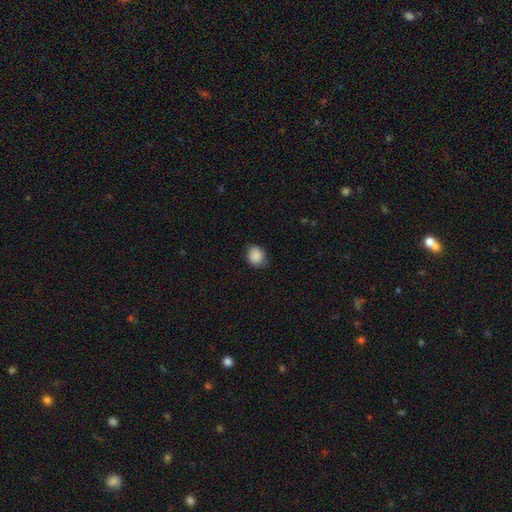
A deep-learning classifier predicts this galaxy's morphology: A smooth galaxy with no disk features (89%) that is round (65%). Merging: none (79%).